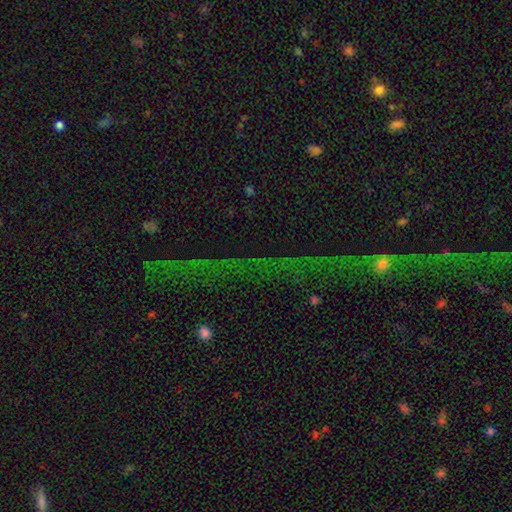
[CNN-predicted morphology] A star or artifact, not a galaxy (71%).

Vote fractions:
- Smooth or featured? star or artifact: 71% / featured or disk: 16% / smooth: 13%